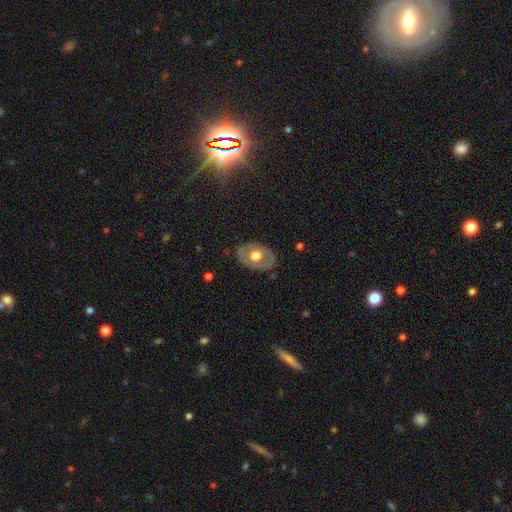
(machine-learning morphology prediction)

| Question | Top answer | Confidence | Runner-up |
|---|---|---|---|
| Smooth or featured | featured or disk | 50% | smooth (45%) |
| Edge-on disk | no | 90% | yes (10%) |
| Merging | none | 81% | minor disturbance (14%) |